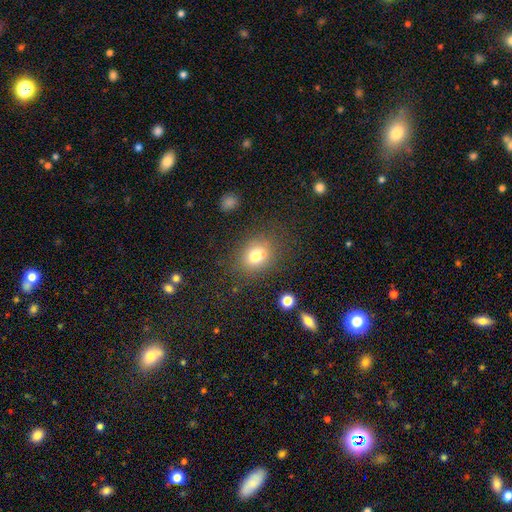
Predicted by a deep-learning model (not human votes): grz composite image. It shows a smooth galaxy with no disk features (75%) that is in between round and cigar-shaped (51%). Merging: none (68%).